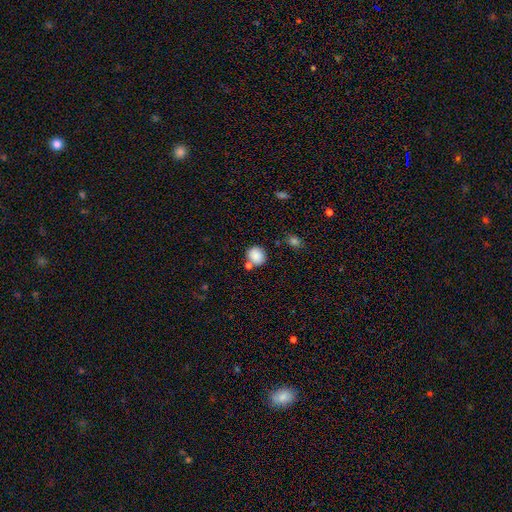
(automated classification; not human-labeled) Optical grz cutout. It shows a smooth galaxy with no disk features (86%) that is round (79%). Merging: none (68%).